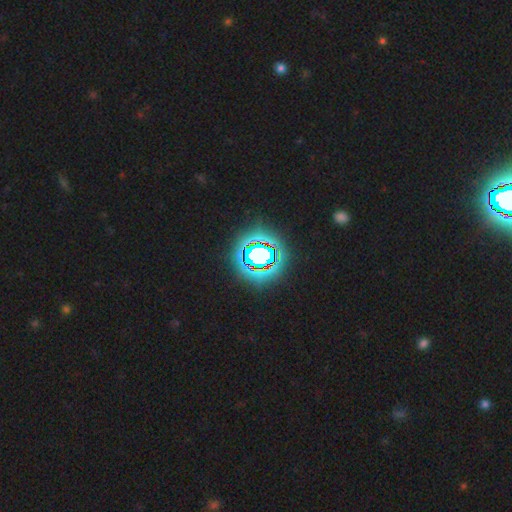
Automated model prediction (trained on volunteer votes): This appears to be a star or artifact, not a galaxy (68%).